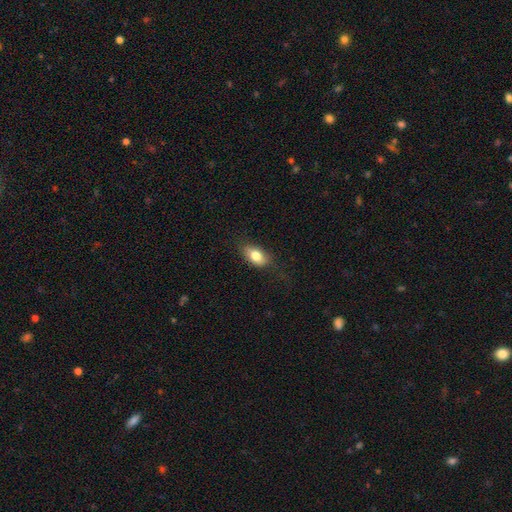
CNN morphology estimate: type=smooth (79%); roundness=in between (87%); merging=none (75%).